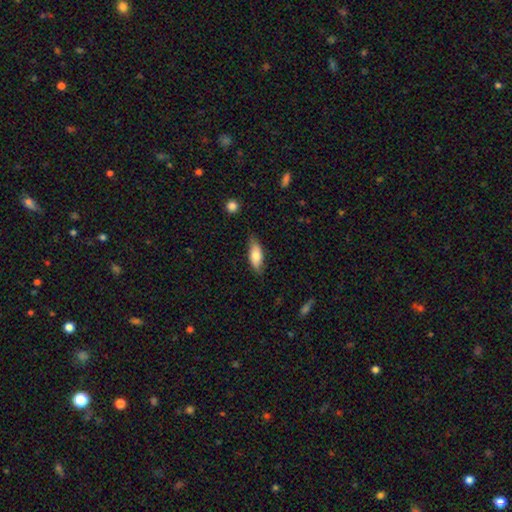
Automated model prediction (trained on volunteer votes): Smooth or featured? smooth (75%)
How rounded? in between (73%)
Merging? none (76%)